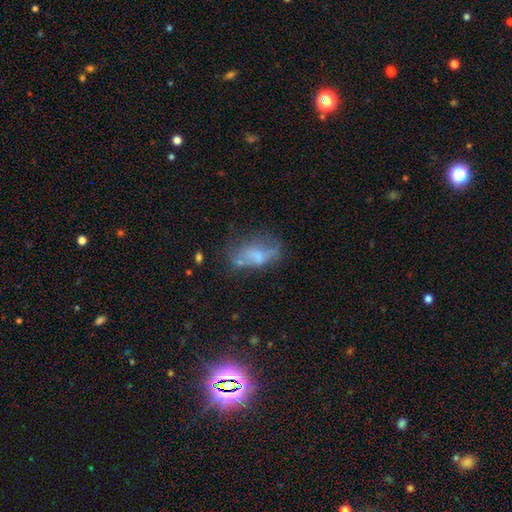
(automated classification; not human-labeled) Morphology: type=smooth (46%); merging=none (39%).